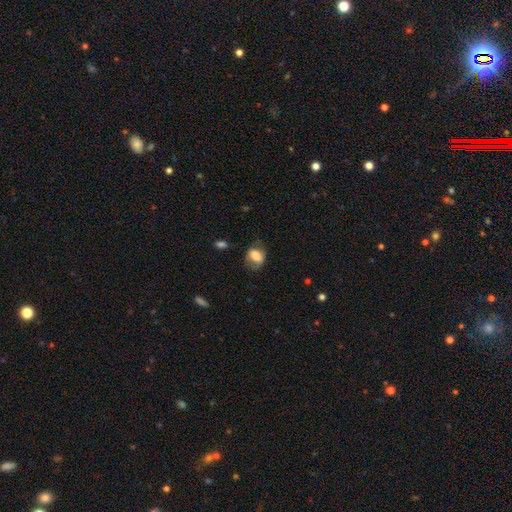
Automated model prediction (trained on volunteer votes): A smooth galaxy with no disk features (73%) that is in between round and cigar-shaped (69%).

Vote fractions:
- Smooth or featured? smooth: 73% / featured or disk: 19% / star or artifact: 8%
- How rounded? in between: 69% / round: 29% / cigar-shaped: 2%
- Merging? none: 60% / minor disturbance: 26% / major disturbance: 13% / merger: 2%